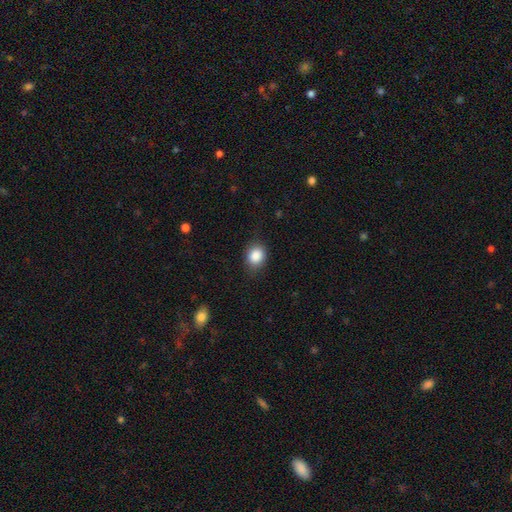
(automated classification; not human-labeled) Smooth or featured? smooth (87%)
How rounded? round (53%)
Merging? none (80%)